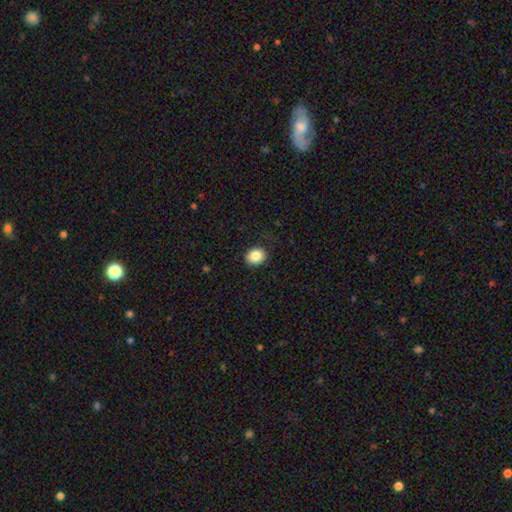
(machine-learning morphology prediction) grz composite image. It shows a smooth galaxy with no disk features (85%) that is round (57%). Merging: none (83%).